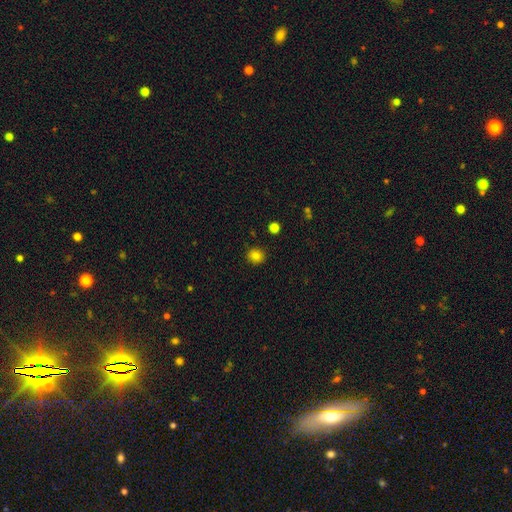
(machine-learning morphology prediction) The model was most divided on "smooth or featured": smooth: 82%, star or artifact: 12%, featured or disk: 5%. More confident: merging — none (90%); how rounded — round (88%).